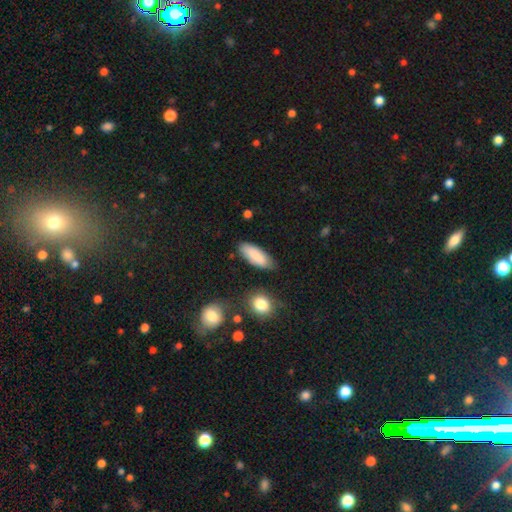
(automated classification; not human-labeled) Smooth or featured? Predicted: smooth (p=0.87). How rounded? Predicted: in between (p=0.72). Merging? Predicted: none (p=0.80).